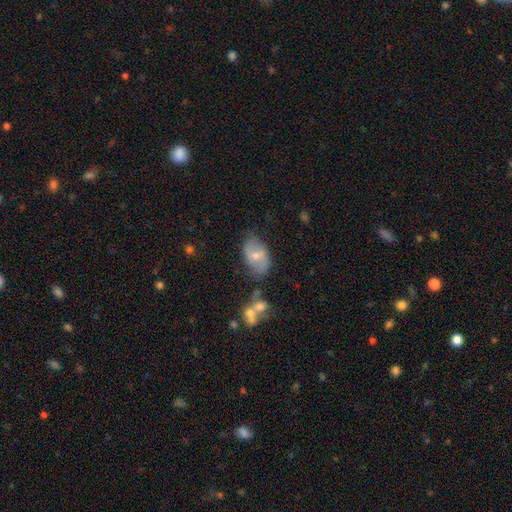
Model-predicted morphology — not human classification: Smooth or featured?
  - smooth: 49% *
  - featured or disk: 44%
  - star or artifact: 7%
Merging?
  - none: 64% *
  - minor disturbance: 23%
  - major disturbance: 7%
  - merger: 6%